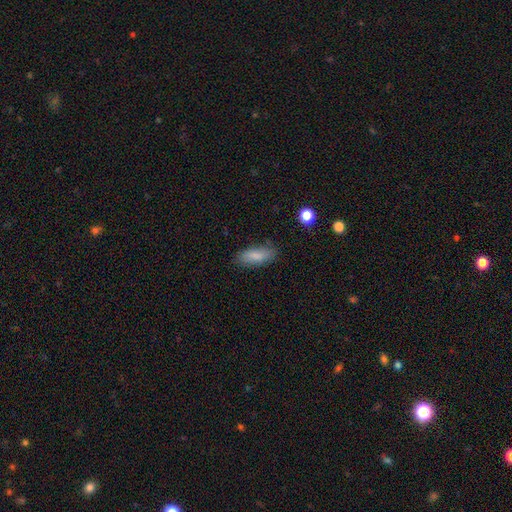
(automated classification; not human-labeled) A smooth galaxy with no disk features (83%) that is in between round and cigar-shaped (74%).

Vote fractions:
- Smooth or featured? smooth: 83% / featured or disk: 10% / star or artifact: 7%
- How rounded? in between: 74% / cigar-shaped: 23% / round: 2%
- Merging? none: 79% / minor disturbance: 16% / major disturbance: 4% / merger: 2%